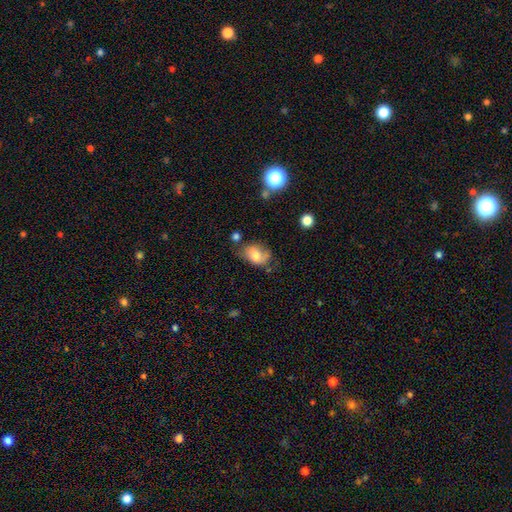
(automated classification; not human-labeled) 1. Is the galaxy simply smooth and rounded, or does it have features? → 68% smooth, 22% featured or disk, 9% star or artifact.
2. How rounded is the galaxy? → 80% in between, 18% round, 1% cigar-shaped.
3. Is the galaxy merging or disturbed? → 46% none, 33% minor disturbance, 14% major disturbance, 6% merger.